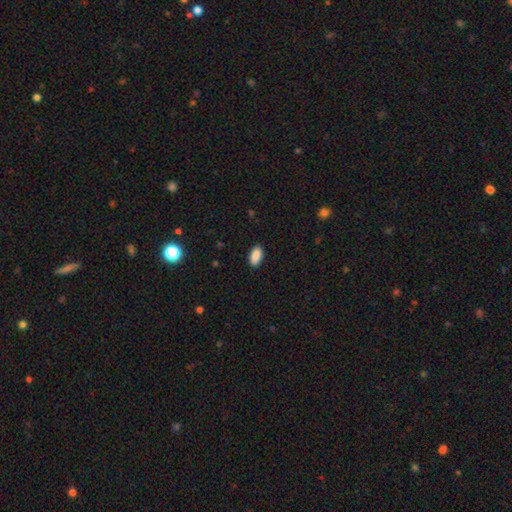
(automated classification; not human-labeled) Smooth or featured?
  - smooth: 89% *
  - star or artifact: 7%
  - featured or disk: 3%
How rounded?
  - in between: 93% *
  - cigar-shaped: 5%
  - round: 3%
Merging?
  - none: 89% *
  - minor disturbance: 8%
  - major disturbance: 2%
  - merger: 1%